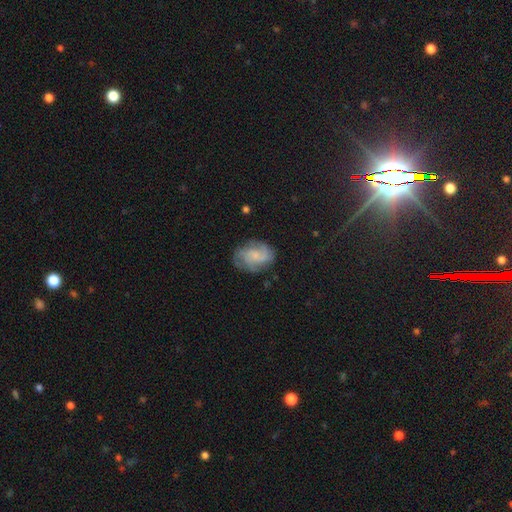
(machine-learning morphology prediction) Smooth or featured? featured or disk (63%)
Edge-on disk? no (98%)
Bar? no (67%)
Spiral arms? yes (90%)
Spiral winding? medium (43%)
Spiral arm count? 2 (34%)
Bulge size? small (50%)
Merging? none (70%)